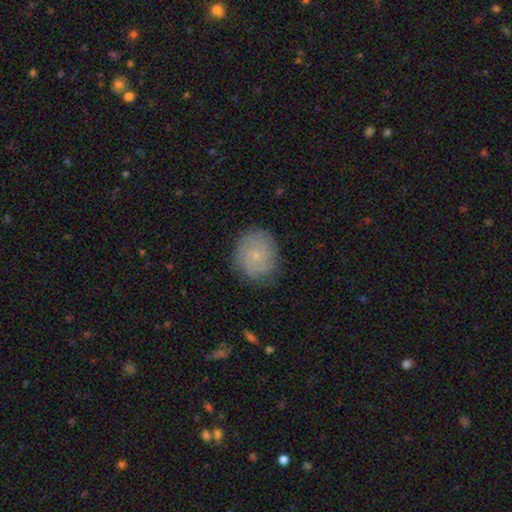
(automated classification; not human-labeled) smooth-or-featured: featured or disk: 55% | smooth: 36% | star or artifact: 8%
  disk-edge-on: no: 97% | yes: 3%
    bar: no: 77% | weak: 20% | strong: 3%
    has-spiral-arms: yes: 86% | no: 14%
    bulge-size: small: 81% | moderate: 13% | none: 4% | large: 1% | dominant: 1%
  merging: none: 81% | minor disturbance: 14% | major disturbance: 4% | merger: 1%